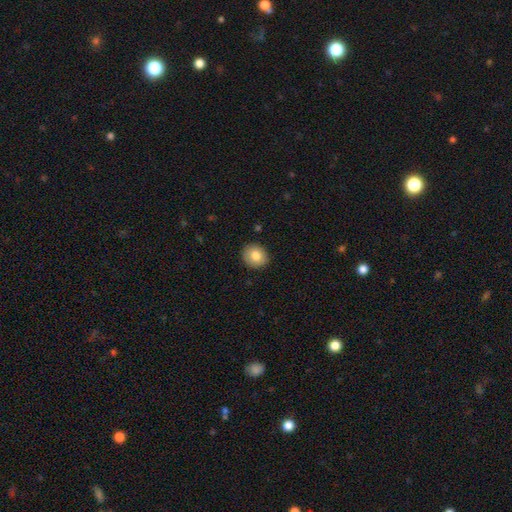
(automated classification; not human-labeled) smooth-or-featured: smooth: 82% | featured or disk: 10% | star or artifact: 8%
  how-rounded: round: 74% | in between: 25% | cigar-shaped: 1%
  merging: none: 89% | minor disturbance: 8% | major disturbance: 2% | merger: 1%